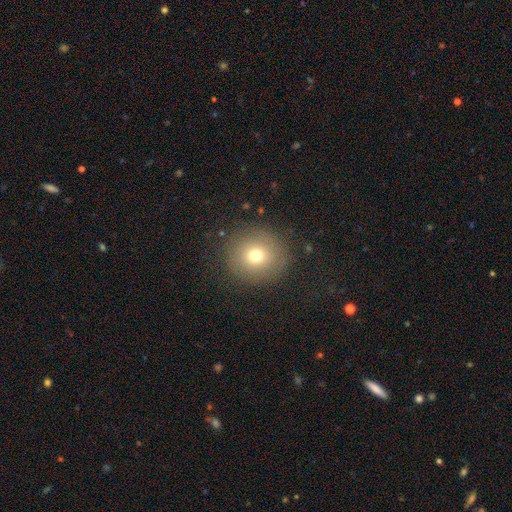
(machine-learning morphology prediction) The model was most divided on "smooth or featured": smooth: 72%, star or artifact: 15%, featured or disk: 13%. More confident: how rounded — round (91%); merging — none (86%).